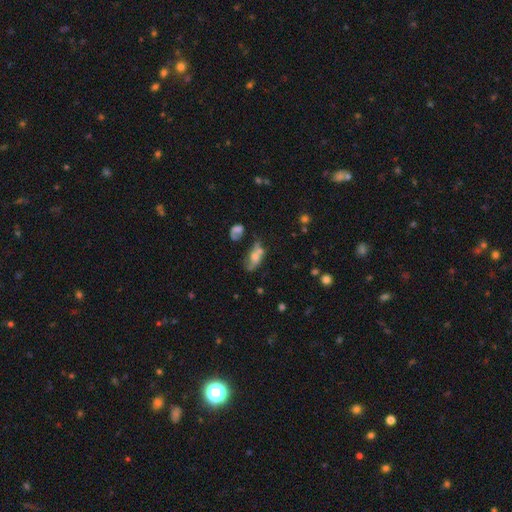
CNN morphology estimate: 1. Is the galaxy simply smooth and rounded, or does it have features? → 49% smooth, 38% featured or disk, 13% star or artifact.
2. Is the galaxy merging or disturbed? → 32% none, 26% merger, 21% minor disturbance, 21% major disturbance.